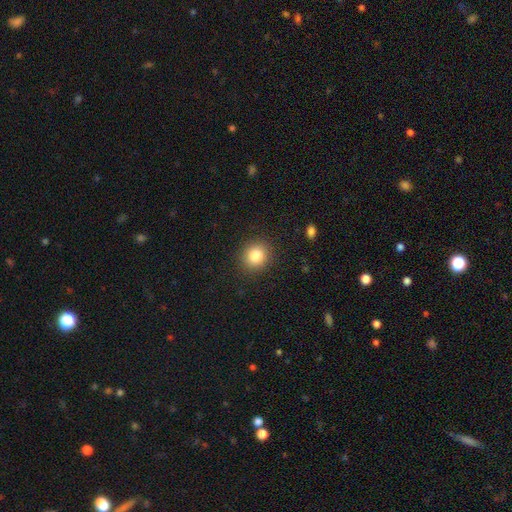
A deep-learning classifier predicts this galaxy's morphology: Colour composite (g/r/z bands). It shows a smooth galaxy with no disk features (83%) that is round (84%). Merging: none (90%).